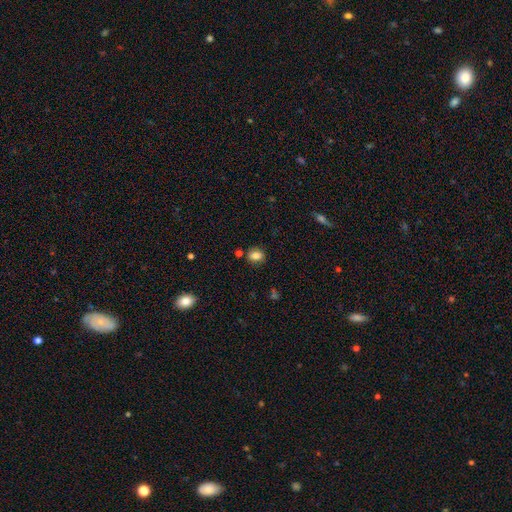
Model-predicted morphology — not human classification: Q: Smooth or featured?
A: smooth (81%); runner-up: star or artifact (11%)
Q: How rounded?
A: in between (56%); runner-up: round (43%)
Q: Merging?
A: none (79%); runner-up: minor disturbance (12%)